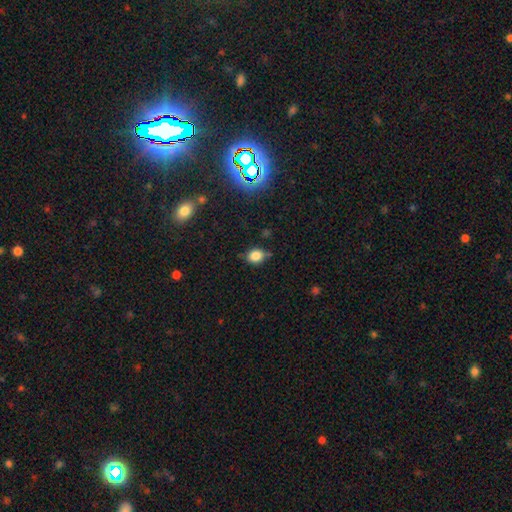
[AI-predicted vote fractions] Smooth or featured? Predicted: smooth (p=0.81). How rounded? Predicted: round (p=0.57). Merging? Predicted: none (p=0.71).